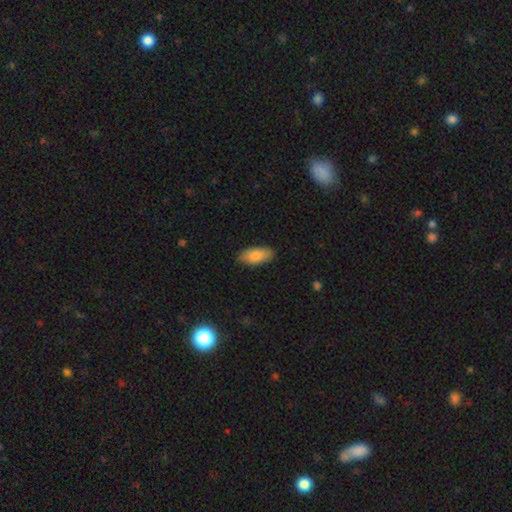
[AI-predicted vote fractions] A smooth galaxy with no disk features (86%) that is in between round and cigar-shaped (89%). Merging: none (87%).